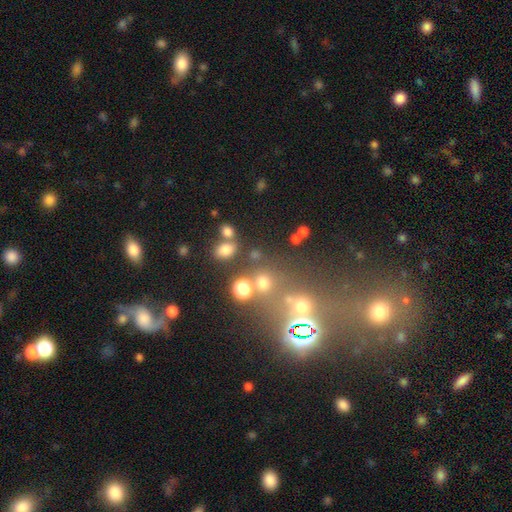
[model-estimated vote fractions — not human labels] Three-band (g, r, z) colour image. It shows a smooth galaxy with no disk features (52%) that is round (62%). Merging: none (68%).